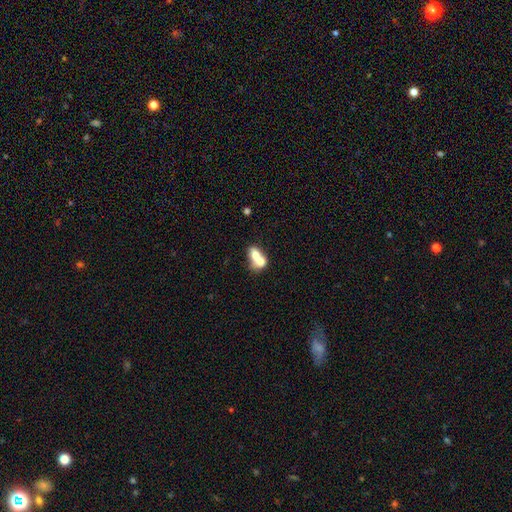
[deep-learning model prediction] Q: Smooth or featured?
A: smooth (66%); runner-up: featured or disk (26%)
Q: How rounded?
A: in between (65%); runner-up: round (33%)
Q: Merging?
A: merger (75%); runner-up: none (15%)